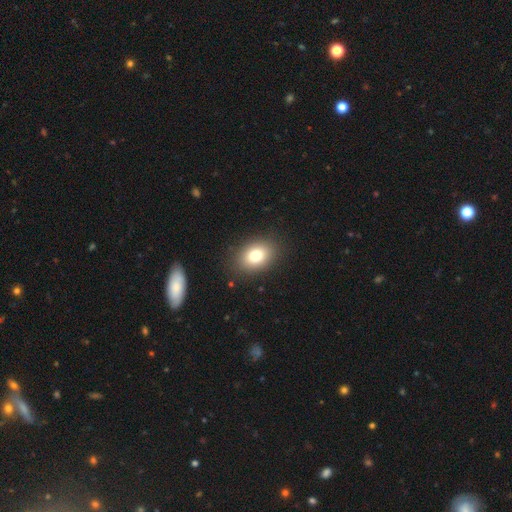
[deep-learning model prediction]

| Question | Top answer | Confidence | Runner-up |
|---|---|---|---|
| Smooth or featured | smooth | 78% | featured or disk (12%) |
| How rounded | in between | 69% | round (30%) |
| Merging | none | 87% | minor disturbance (9%) |